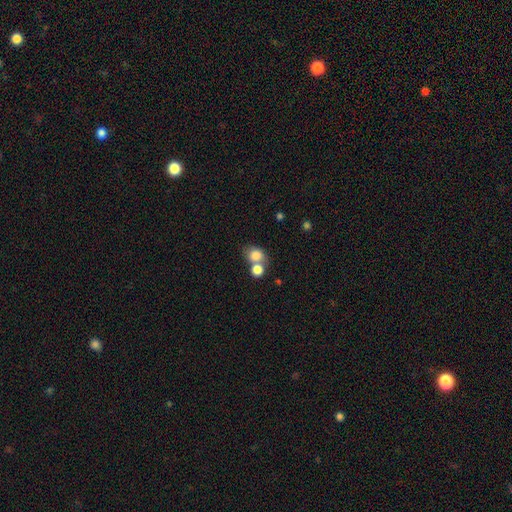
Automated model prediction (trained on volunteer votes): Smooth or featured?
  - smooth: 81% *
  - star or artifact: 10%
  - featured or disk: 9%
How rounded?
  - round: 57% *
  - in between: 42%
  - cigar-shaped: 1%
Merging?
  - merger: 46% *
  - none: 41%
  - minor disturbance: 9%
  - major disturbance: 4%